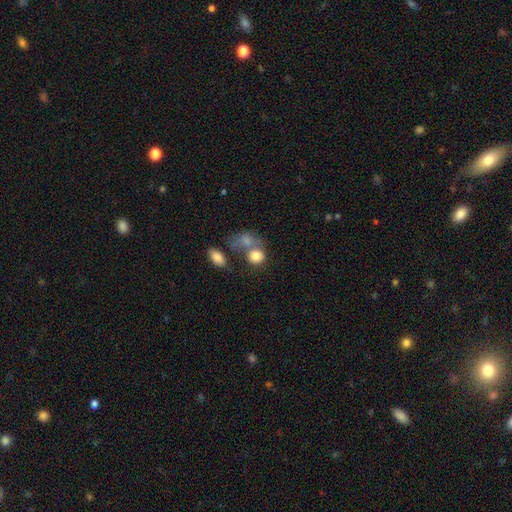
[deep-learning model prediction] Smooth or featured? Predicted: smooth (p=0.80). How rounded? Predicted: round (p=0.64). Merging? Predicted: merger (p=0.43).